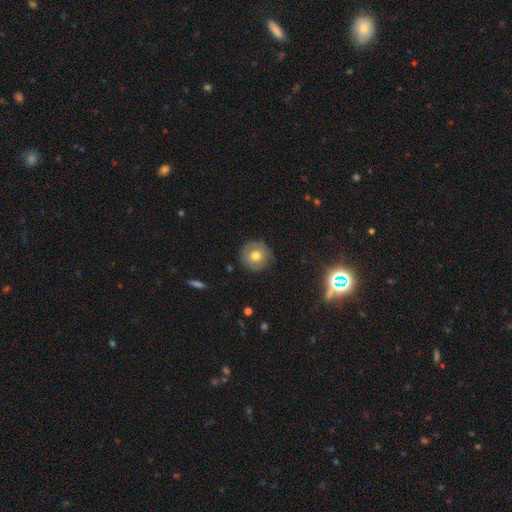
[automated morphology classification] Smooth or featured?
  - smooth: 67% *
  - featured or disk: 24%
  - star or artifact: 9%
How rounded?
  - round: 94% *
  - in between: 5%
  - cigar-shaped: 1%
Merging?
  - none: 88% *
  - minor disturbance: 9%
  - major disturbance: 2%
  - merger: 1%